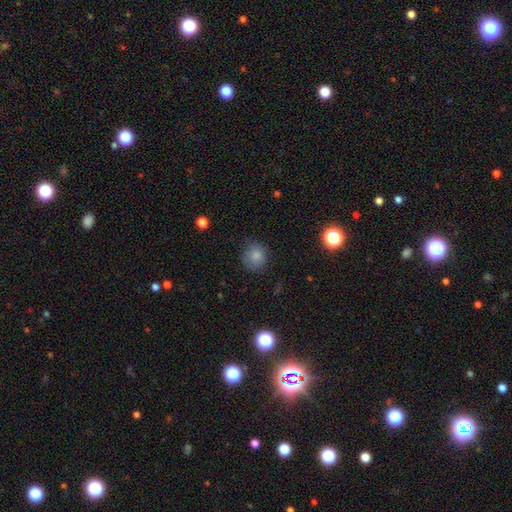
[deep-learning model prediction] The model was most divided on "merging": none: 79%, minor disturbance: 16%, major disturbance: 4%, merger: 1%. More confident: how rounded — round (86%); smooth or featured — smooth (83%).